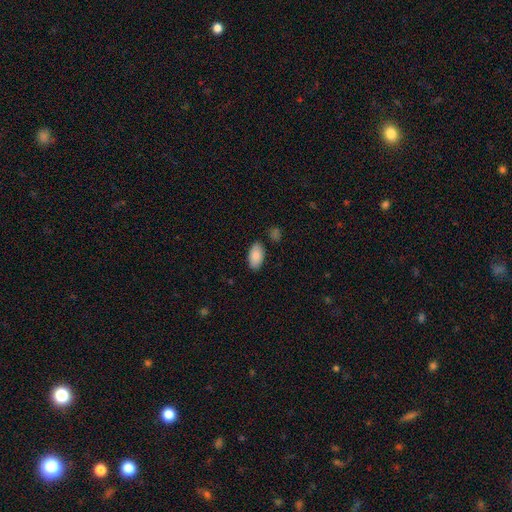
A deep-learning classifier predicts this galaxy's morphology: smooth 87%, featured or disk 6%, star or artifact 6%. Down the decision tree: how rounded — in between (94%); merging — none (84%).